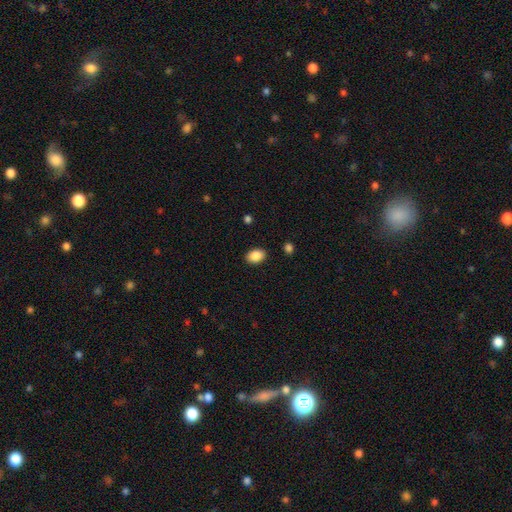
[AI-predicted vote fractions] Smooth or featured?
  - smooth: 88% *
  - star or artifact: 8%
  - featured or disk: 4%
How rounded?
  - in between: 81% *
  - round: 17%
  - cigar-shaped: 1%
Merging?
  - none: 88% *
  - minor disturbance: 8%
  - major disturbance: 2%
  - merger: 1%